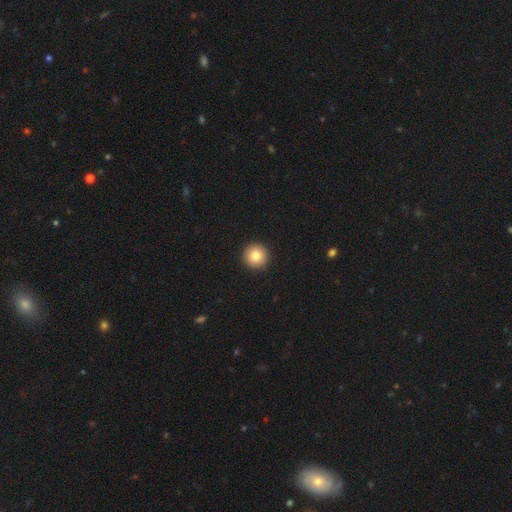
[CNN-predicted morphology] This appears to be a smooth galaxy with no disk features (83%) that is round (96%). Merging: none (93%).